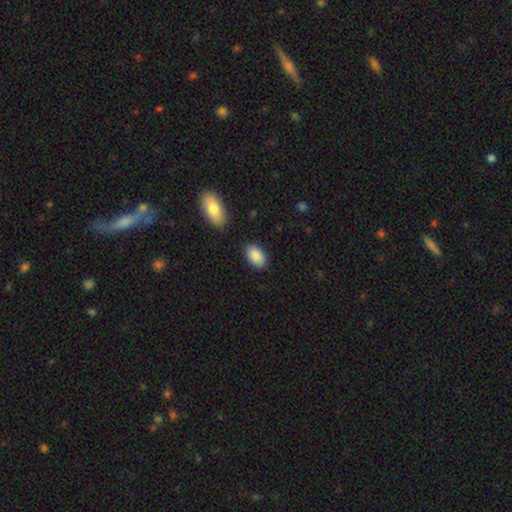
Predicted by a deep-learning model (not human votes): Overall: smooth (88%). How rounded: in between (92%). Merging: none (86%).